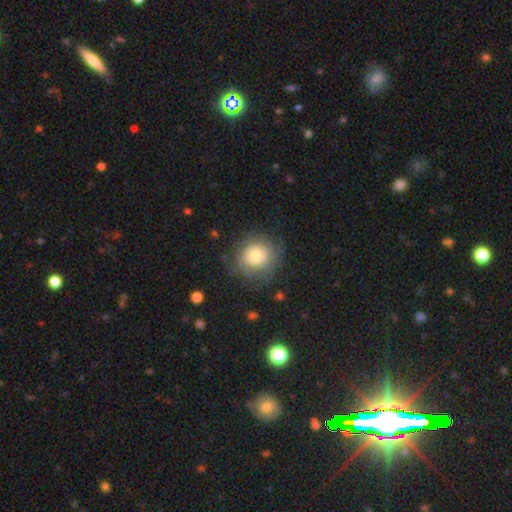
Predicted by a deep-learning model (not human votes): A smooth galaxy with no disk features (63%) that is round (90%). Merging: none (73%).